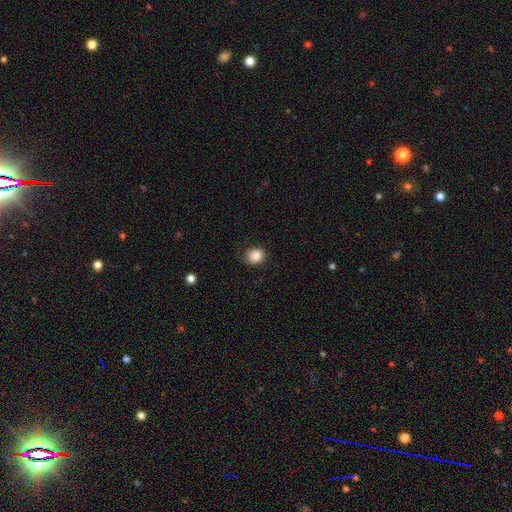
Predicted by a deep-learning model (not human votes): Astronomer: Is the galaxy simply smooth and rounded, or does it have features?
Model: smooth — 87%.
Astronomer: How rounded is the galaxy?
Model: round — 67%.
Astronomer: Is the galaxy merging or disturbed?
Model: none — 68%.